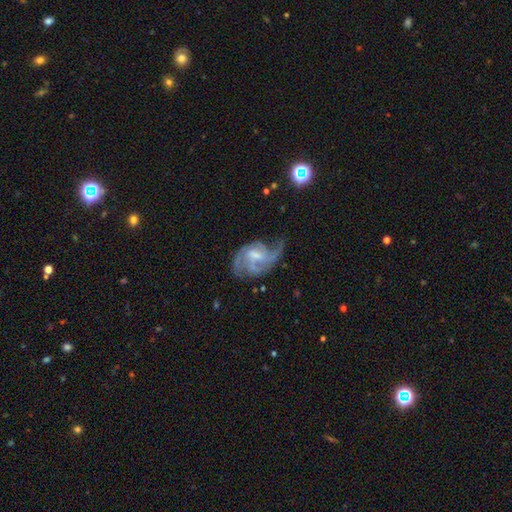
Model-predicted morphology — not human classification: smooth_or_featured: featured or disk (p=0.81) [alt: smooth p=0.13]
disk_edge_on: no (p=0.97) [alt: yes p=0.03]
bar: weak (p=0.54) [alt: no p=0.33]
has_spiral_arms: yes (p=0.90) [alt: no p=0.10]
spiral_winding: medium (p=0.46) [alt: loose p=0.29]
spiral_arm_count: 2 (p=0.35) [alt: can't tell p=0.23]
bulge_size: moderate (p=0.44) [alt: small p=0.31]
merging: none (p=0.39) [alt: major disturbance p=0.32]